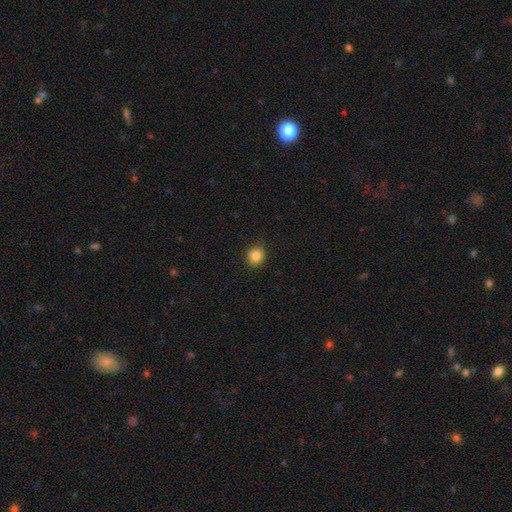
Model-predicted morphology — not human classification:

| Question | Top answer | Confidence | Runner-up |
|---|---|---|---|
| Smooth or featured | smooth | 85% | star or artifact (11%) |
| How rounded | round | 83% | in between (16%) |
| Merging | none | 89% | minor disturbance (8%) |